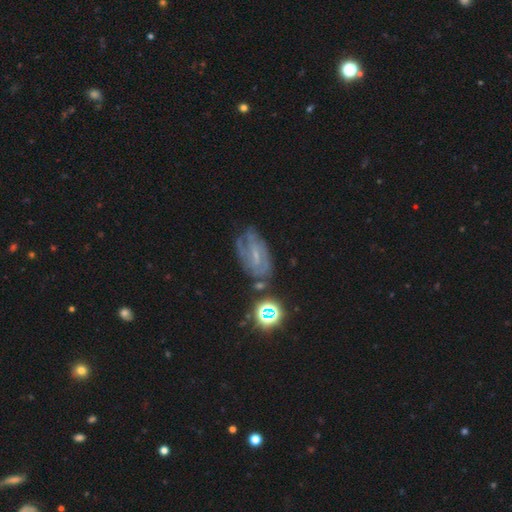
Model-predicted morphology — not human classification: The model was most divided on "spiral arm count": can't tell: 39%, 2: 34%, 3: 13%, 4: 5%, 1: 5%, more than 4: 4%. More confident: edge-on disk — no (95%); spiral arms — yes (87%); smooth or featured — featured or disk (72%); bulge size — small (69%); merging — none (64%); spiral winding — tight (51%); bar — weak (51%).